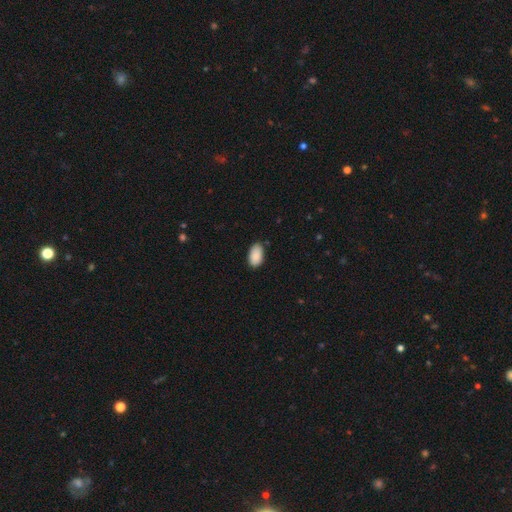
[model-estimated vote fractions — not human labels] Morphology: type=smooth (90%); roundness=in between (95%); merging=none (80%).